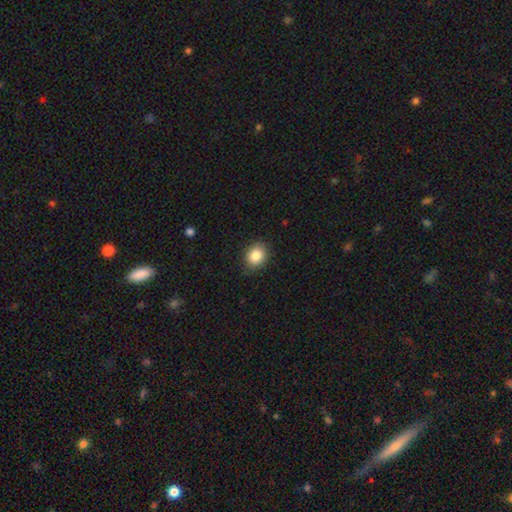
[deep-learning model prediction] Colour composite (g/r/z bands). It shows a smooth galaxy with no disk features (86%) that is round (55%). Merging: none (86%).